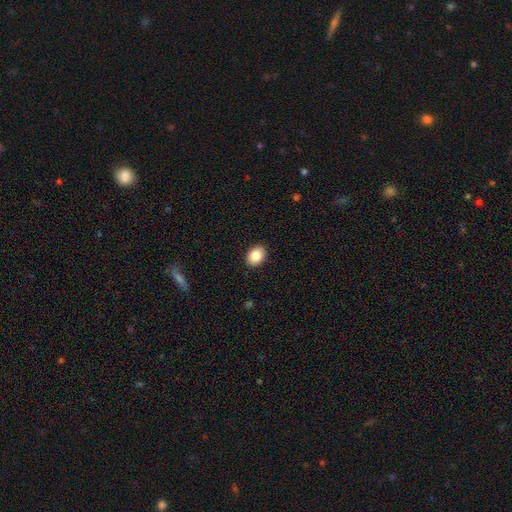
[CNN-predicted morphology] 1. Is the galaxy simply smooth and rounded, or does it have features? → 86% smooth, 8% star or artifact, 6% featured or disk.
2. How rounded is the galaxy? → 65% in between, 34% round, 1% cigar-shaped.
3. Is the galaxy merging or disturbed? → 90% none, 7% minor disturbance, 2% major disturbance, 1% merger.